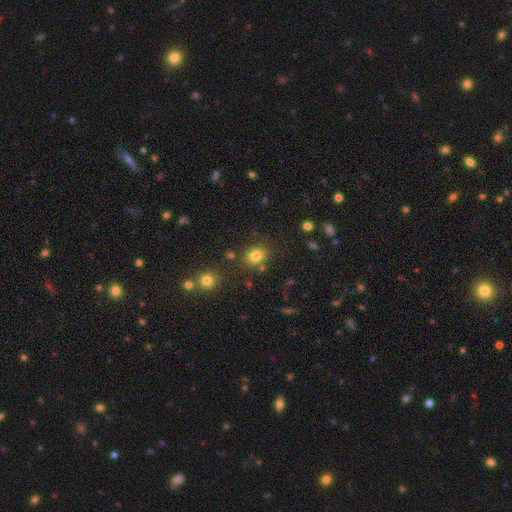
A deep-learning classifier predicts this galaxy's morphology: Smooth or featured: smooth — 80% (star or artifact — 13%)
How rounded: round — 56% (in between — 43%)
Merging: none — 79% (minor disturbance — 11%)